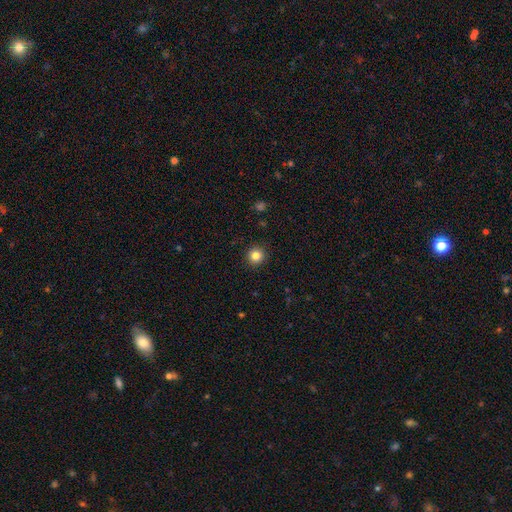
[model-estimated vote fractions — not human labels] Overall: smooth (83%). How rounded: round (95%). Merging: none (92%).